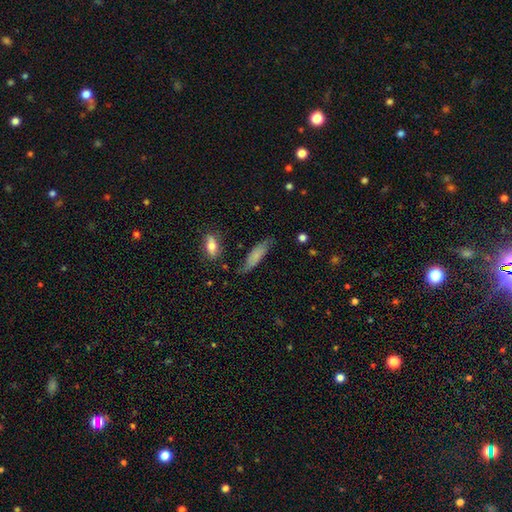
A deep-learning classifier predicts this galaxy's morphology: The model was most divided on "how rounded": cigar-shaped: 53%, in between: 44%, round: 3%. More confident: merging — none (64%); smooth or featured — smooth (63%).